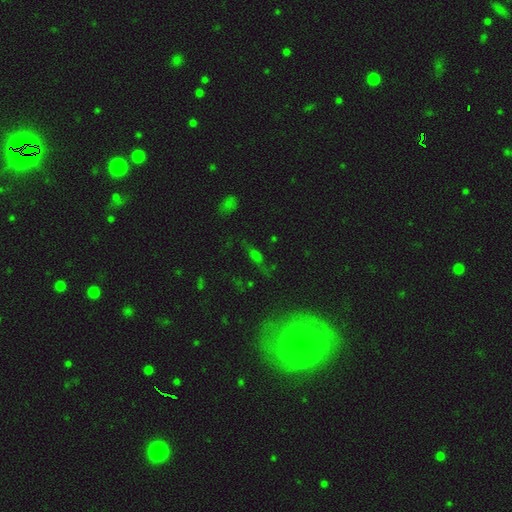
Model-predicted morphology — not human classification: smooth_or_featured: smooth (p=0.41) [alt: star or artifact p=0.32]
merging: none (p=0.65) [alt: minor disturbance p=0.18]